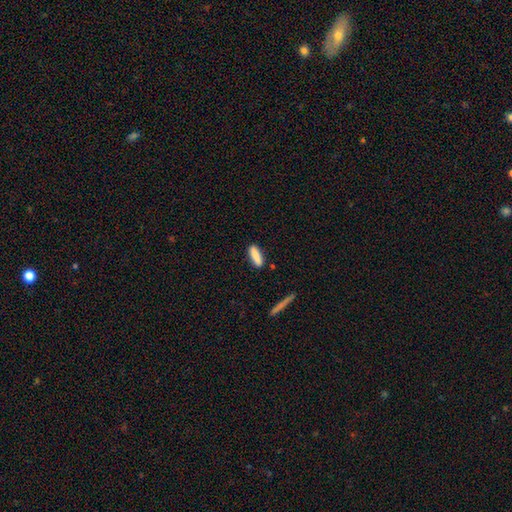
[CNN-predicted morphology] Smooth or featured? Predicted: smooth (p=0.85). How rounded? Predicted: cigar-shaped (p=0.57). Merging? Predicted: none (p=0.85).